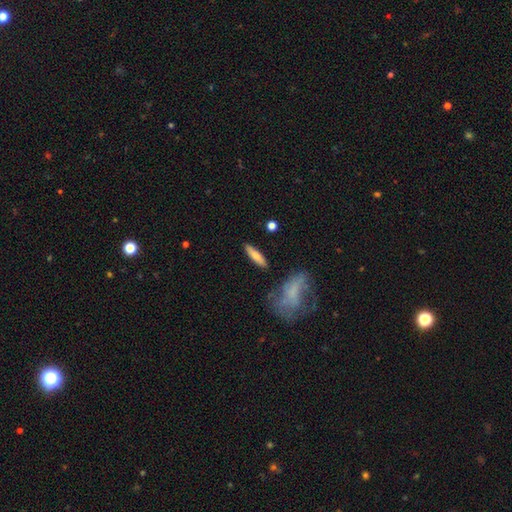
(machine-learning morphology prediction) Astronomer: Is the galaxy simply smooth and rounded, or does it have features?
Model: smooth — 72%.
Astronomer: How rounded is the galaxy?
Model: cigar-shaped — 73%.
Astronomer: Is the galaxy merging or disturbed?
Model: none — 85%.